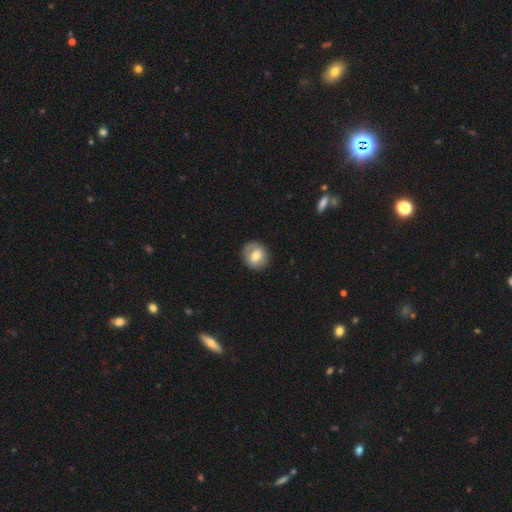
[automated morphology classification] Q: Smooth or featured?
A: smooth (62%); runner-up: featured or disk (31%)
Q: How rounded?
A: round (81%); runner-up: in between (18%)
Q: Merging?
A: none (83%); runner-up: minor disturbance (12%)